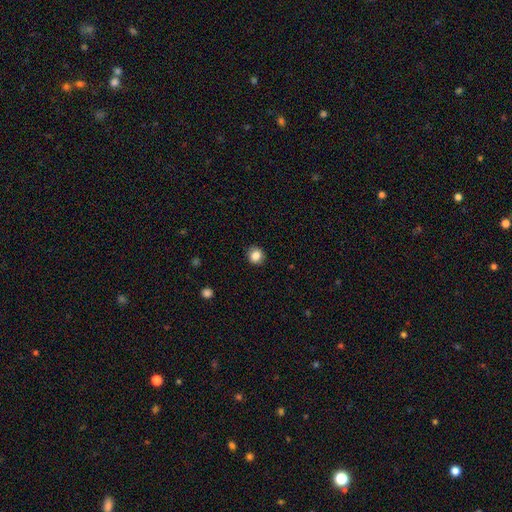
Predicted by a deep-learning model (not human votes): Smooth or featured? smooth (85%)
How rounded? round (87%)
Merging? none (90%)